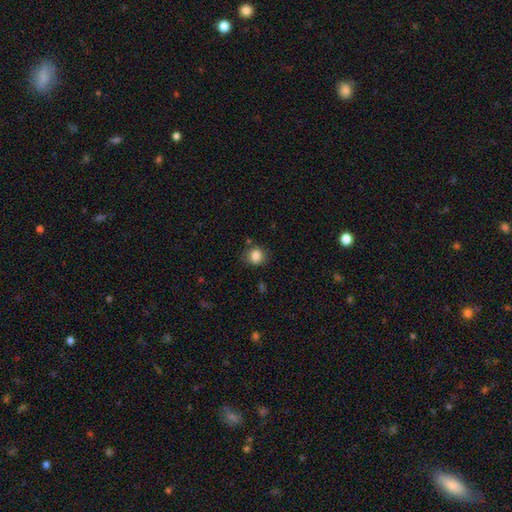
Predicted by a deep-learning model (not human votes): smooth-or-featured: smooth: 85% | star or artifact: 10% | featured or disk: 5%
  how-rounded: round: 79% | in between: 20% | cigar-shaped: 1%
  merging: none: 80% | minor disturbance: 13% | merger: 3% | major disturbance: 3%